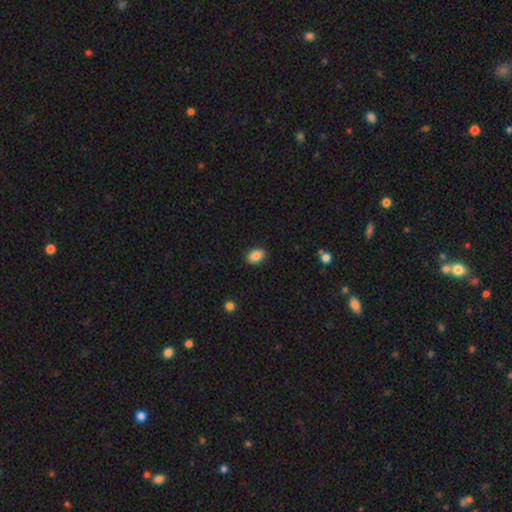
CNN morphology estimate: Smooth or featured: smooth — 88% (star or artifact — 8%)
How rounded: in between — 83% (round — 16%)
Merging: none — 89% (minor disturbance — 8%)